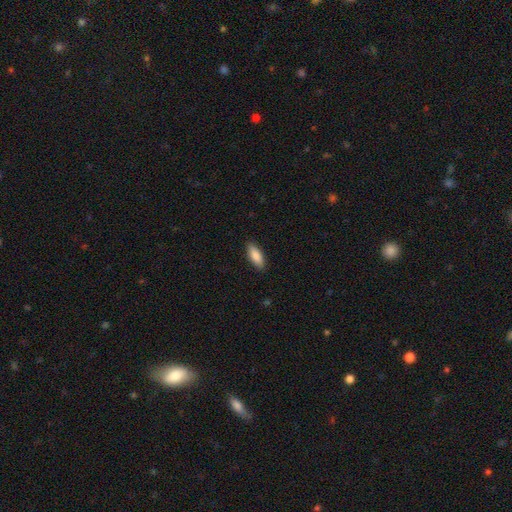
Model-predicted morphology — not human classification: Smooth or featured: smooth — 87% (featured or disk — 7%)
How rounded: in between — 73% (cigar-shaped — 25%)
Merging: none — 88% (minor disturbance — 9%)